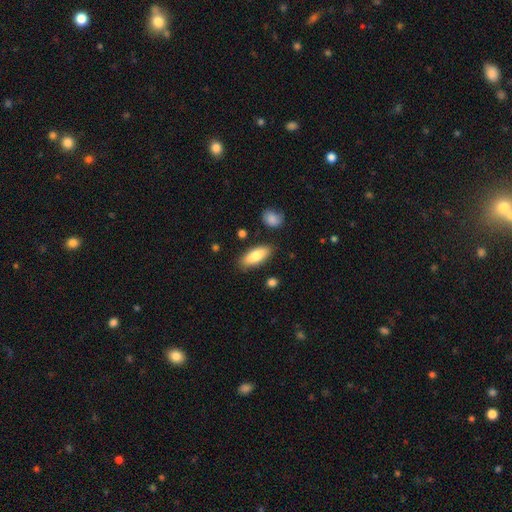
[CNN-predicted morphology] type=smooth (78%); roundness=in between (77%); merging=none (83%).